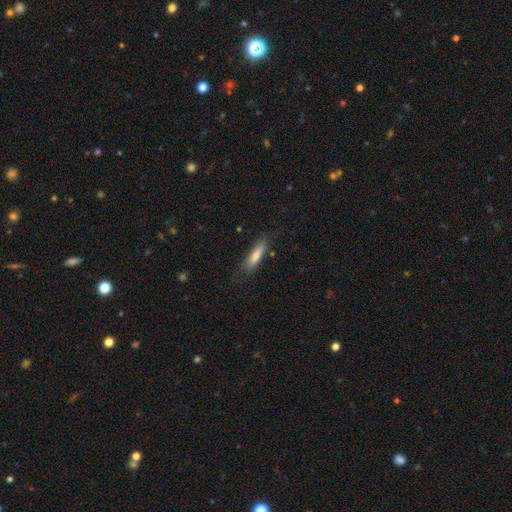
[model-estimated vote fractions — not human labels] Q: Smooth or featured?
A: smooth (73%); runner-up: featured or disk (21%)
Q: How rounded?
A: cigar-shaped (72%); runner-up: in between (26%)
Q: Merging?
A: none (78%); runner-up: minor disturbance (16%)